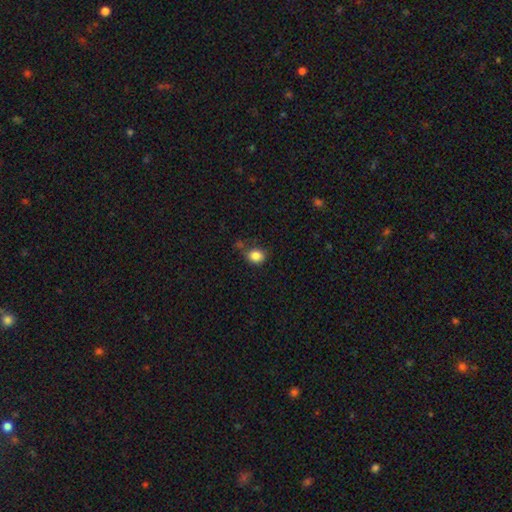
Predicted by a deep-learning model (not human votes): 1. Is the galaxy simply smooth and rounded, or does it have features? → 85% smooth, 10% star or artifact, 5% featured or disk.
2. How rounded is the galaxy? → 65% round, 34% in between, 1% cigar-shaped.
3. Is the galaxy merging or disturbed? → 70% none, 18% minor disturbance, 7% merger, 5% major disturbance.